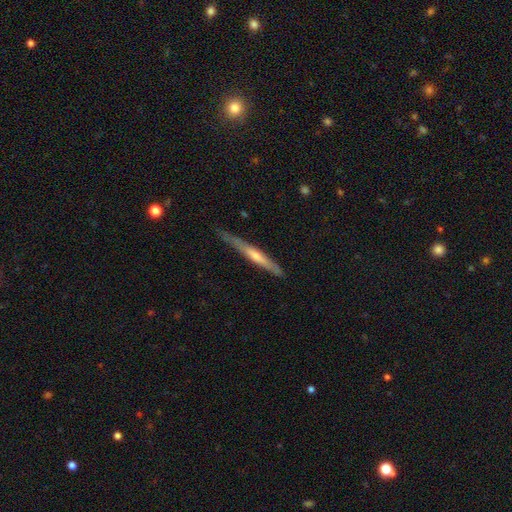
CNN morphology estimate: smooth-or-featured: featured or disk: 57% | smooth: 37% | star or artifact: 6%
  disk-edge-on: yes: 95% | no: 5%
    edge-on-bulge: rounded: 52% | none: 42% | boxy: 6%
  merging: none: 76% | minor disturbance: 19% | major disturbance: 3% | merger: 2%